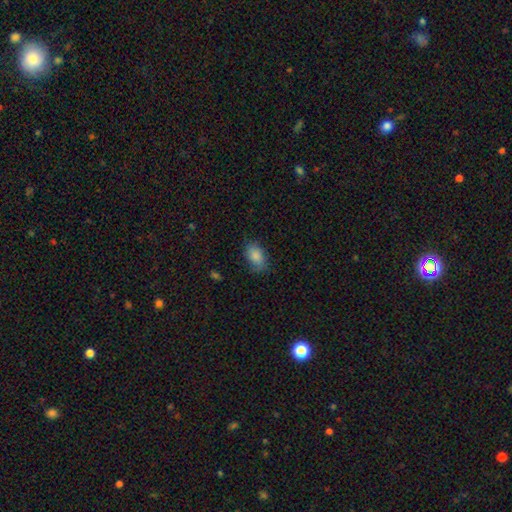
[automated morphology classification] This appears to be a smooth galaxy with no disk features (85%) that is in between round and cigar-shaped (89%). Merging: none (73%).